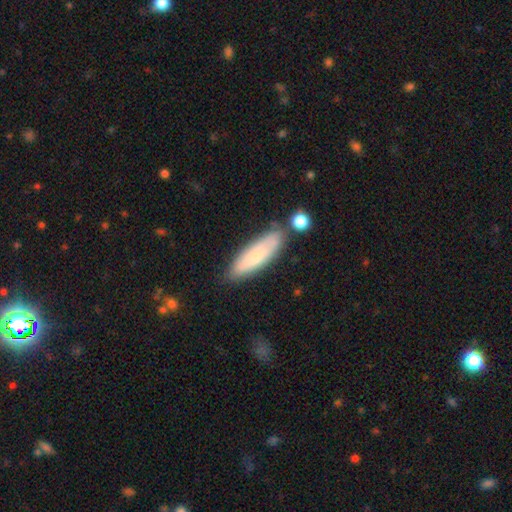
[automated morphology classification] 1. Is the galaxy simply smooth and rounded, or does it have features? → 72% smooth, 21% featured or disk, 6% star or artifact.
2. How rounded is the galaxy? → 56% cigar-shaped, 43% in between, 2% round.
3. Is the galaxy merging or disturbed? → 73% none, 17% minor disturbance, 7% merger, 4% major disturbance.